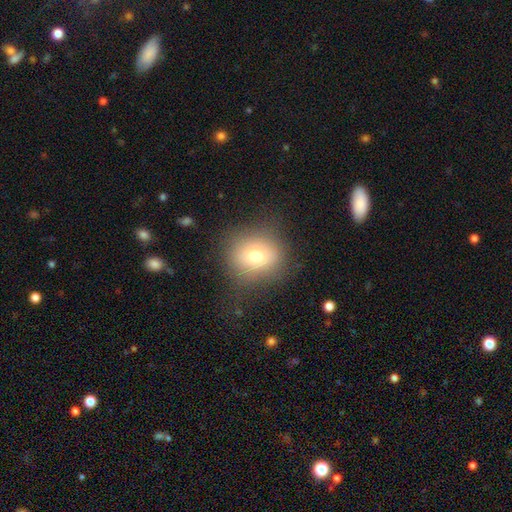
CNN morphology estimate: smooth 73%, featured or disk 13%, star or artifact 13%. Down the decision tree: how rounded — round (81%); merging — none (80%).